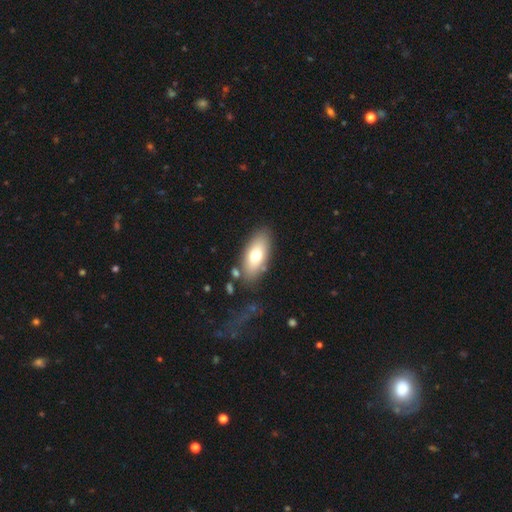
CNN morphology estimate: Overall: smooth (70%). How rounded: in between (86%). Merging: none (78%).